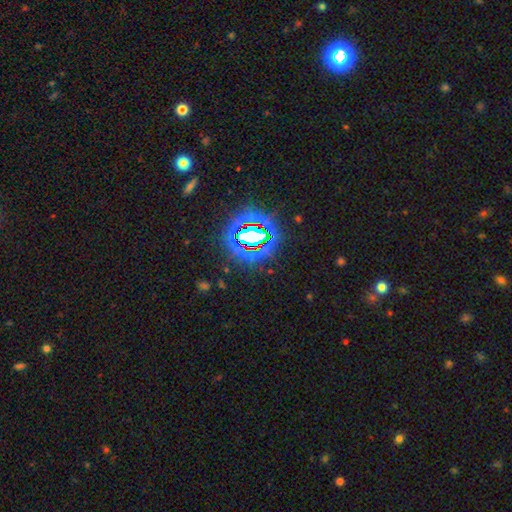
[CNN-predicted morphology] smooth-or-featured: star or artifact: 83% | smooth: 10% | featured or disk: 7%